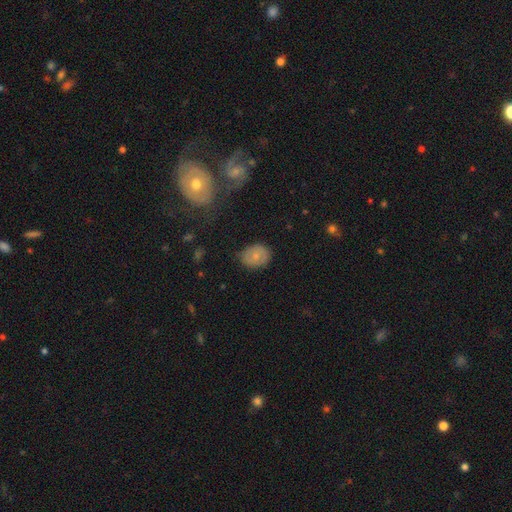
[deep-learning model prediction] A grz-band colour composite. It shows a smooth galaxy with no disk features (68%) that is round (56%). Merging: none (76%).